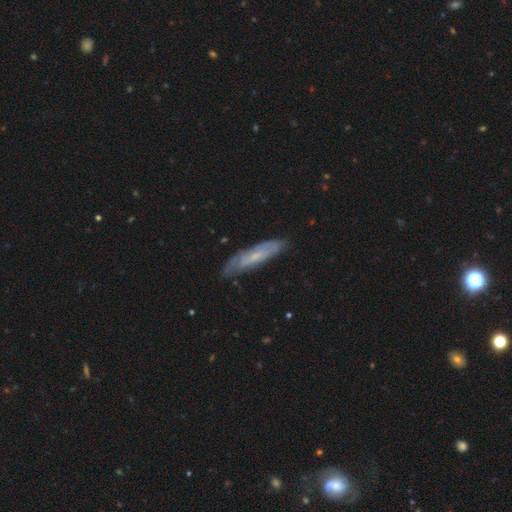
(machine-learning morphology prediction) A featured or disk galaxy (55%). Merging: none (72%).